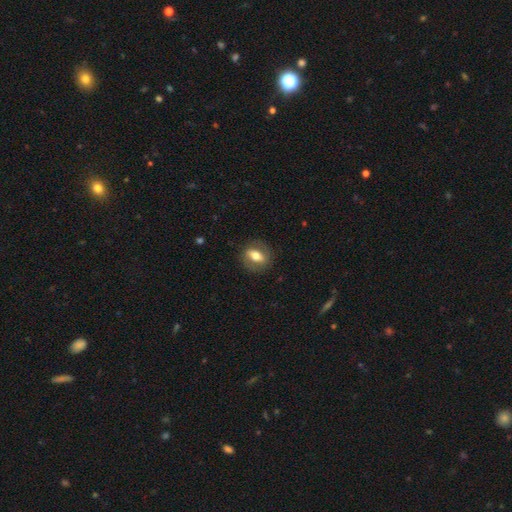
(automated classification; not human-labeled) Morphology: type=smooth (50%); roundness=in between (60%); merging=none (82%).